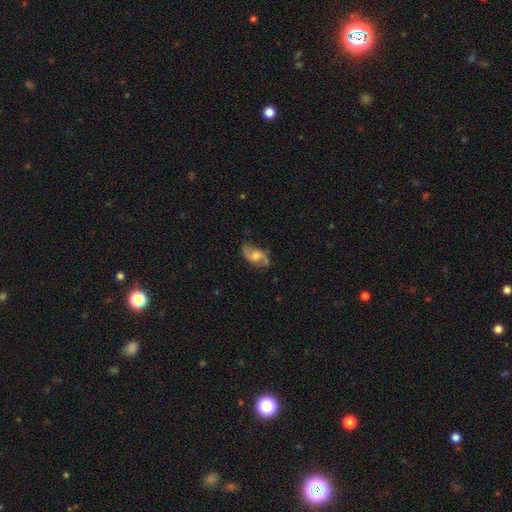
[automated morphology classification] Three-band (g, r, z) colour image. It shows a featured or disk galaxy (66%) with no bar (55%), 2 (87%) loose (55%) spiral arms (89%) and a moderate central bulge (49%). Merging: none (70%).